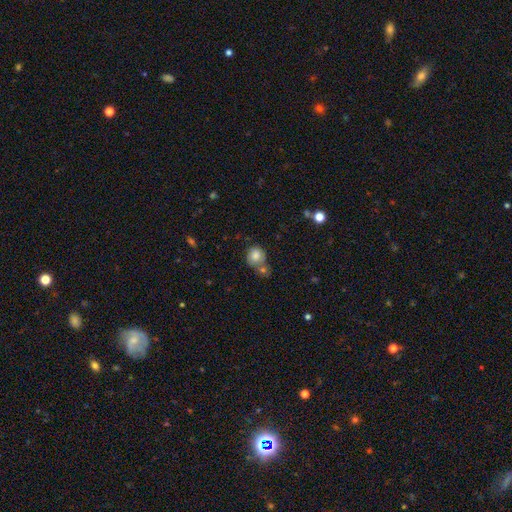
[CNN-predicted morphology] Overall: smooth (78%). How rounded: round (76%). Merging: none (38%; merger 37%).